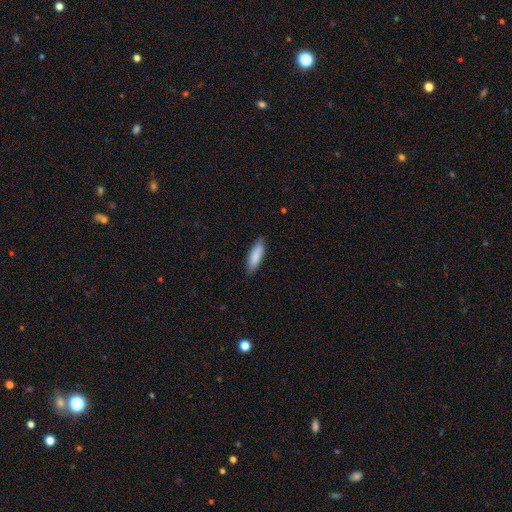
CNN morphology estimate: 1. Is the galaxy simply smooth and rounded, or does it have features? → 86% smooth, 8% featured or disk, 6% star or artifact.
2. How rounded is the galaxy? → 54% in between, 45% cigar-shaped, 1% round.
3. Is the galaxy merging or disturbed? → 82% none, 15% minor disturbance, 2% major disturbance, 1% merger.